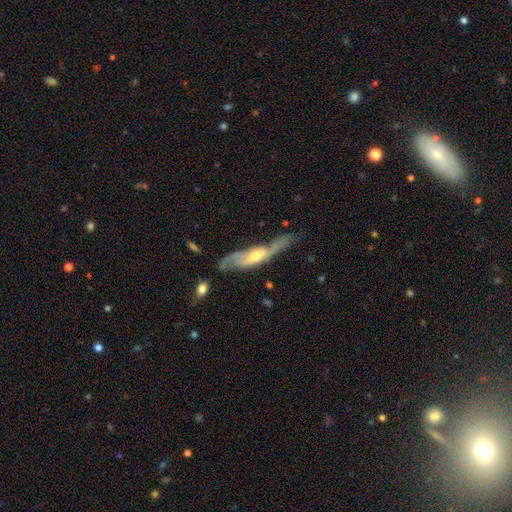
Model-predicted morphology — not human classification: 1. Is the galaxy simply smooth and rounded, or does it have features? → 70% featured or disk, 24% smooth, 6% star or artifact.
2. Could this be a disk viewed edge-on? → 51% no, 49% yes.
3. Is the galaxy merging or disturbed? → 47% none, 30% minor disturbance, 19% major disturbance, 5% merger.